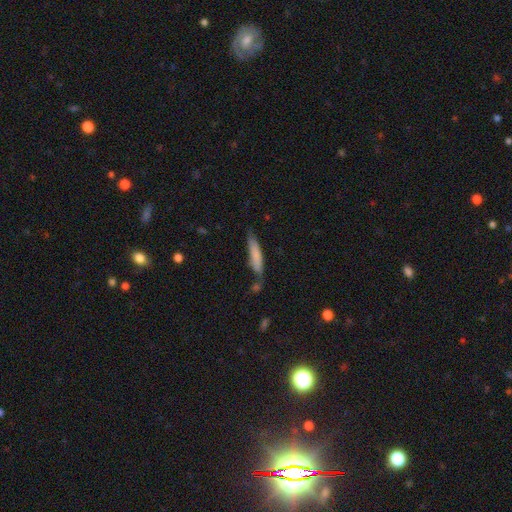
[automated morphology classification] A smooth galaxy with no disk features (74%) that is cigar-shaped (84%). Merging: none (60%).